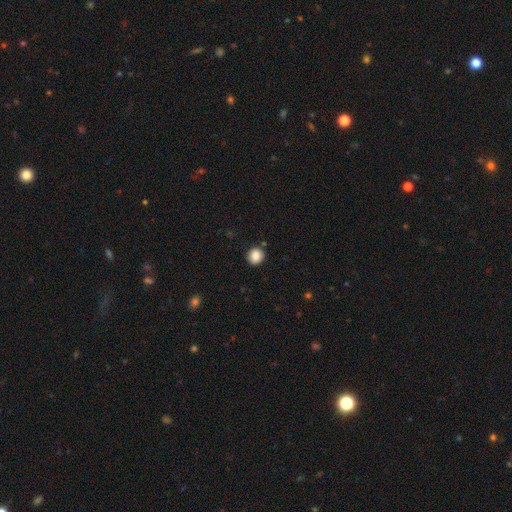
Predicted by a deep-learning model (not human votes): A smooth galaxy with no disk features (87%) that is round (88%). Merging: none (89%).